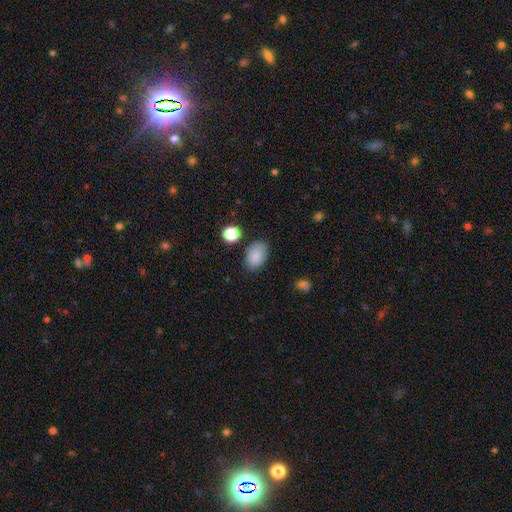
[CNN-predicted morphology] This appears to be a smooth galaxy with no disk features (87%) that is in between round and cigar-shaped (87%). Merging: none (81%).